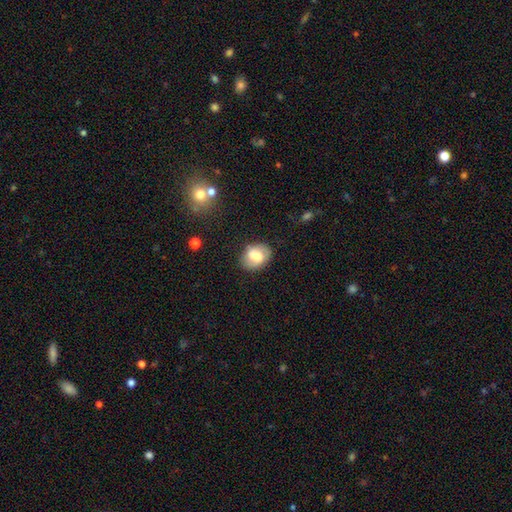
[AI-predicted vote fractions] This is likely a smooth galaxy (65%). How rounded: likely in between (66%). Merging: likely none (78%).